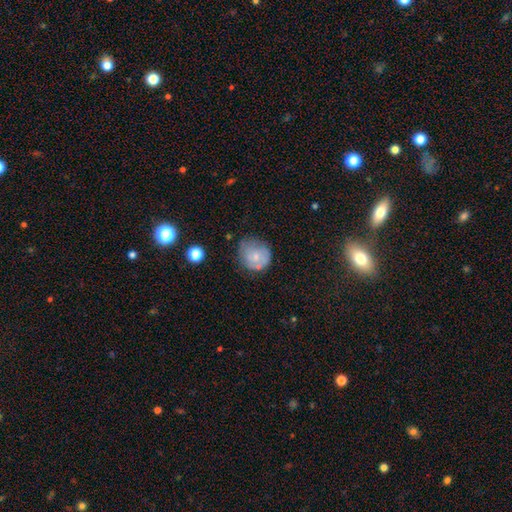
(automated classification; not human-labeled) Q: Smooth or featured?
A: smooth (65%); runner-up: featured or disk (26%)
Q: How rounded?
A: round (78%); runner-up: in between (21%)
Q: Merging?
A: none (49%); runner-up: minor disturbance (32%)